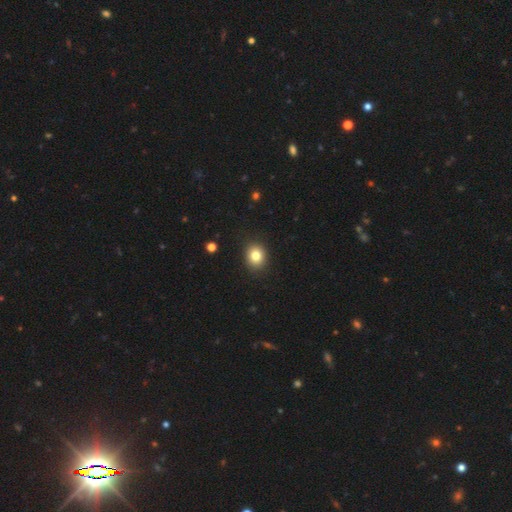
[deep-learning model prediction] smooth-or-featured: smooth: 82% | star or artifact: 11% | featured or disk: 7%
  how-rounded: round: 65% | in between: 34% | cigar-shaped: 1%
  merging: none: 90% | minor disturbance: 7% | major disturbance: 2% | merger: 1%